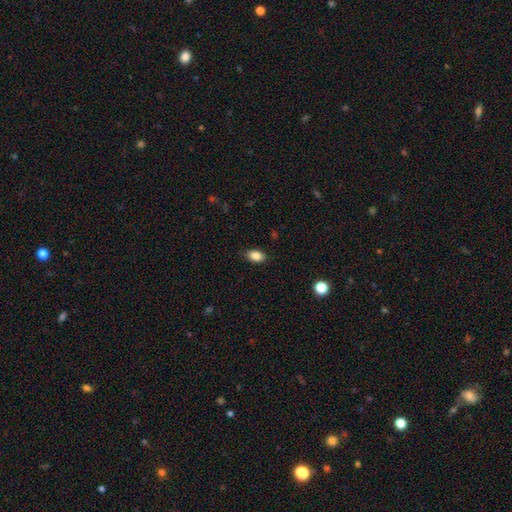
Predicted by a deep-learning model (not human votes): smooth 85%, star or artifact 9%, featured or disk 6%. Down the decision tree: how rounded — in between (88%); merging — none (87%).